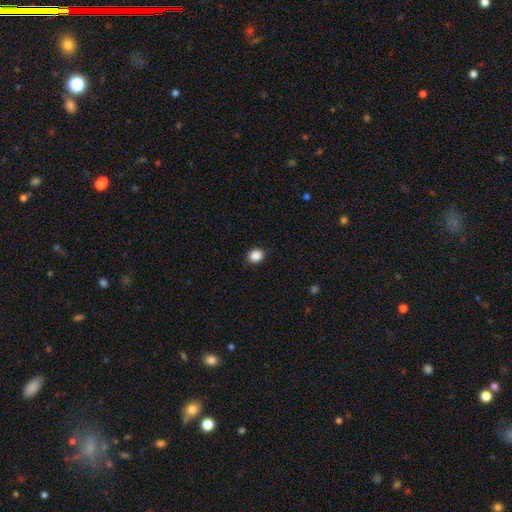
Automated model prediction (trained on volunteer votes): Overall: smooth (88%). How rounded: round (65%; in between 34%). Merging: none (90%).